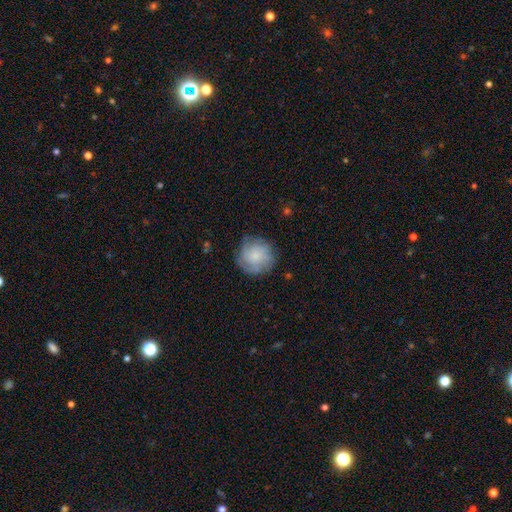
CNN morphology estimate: Smooth or featured? Predicted: smooth (p=0.52). How rounded? Predicted: round (p=0.91). Merging? Predicted: none (p=0.74).